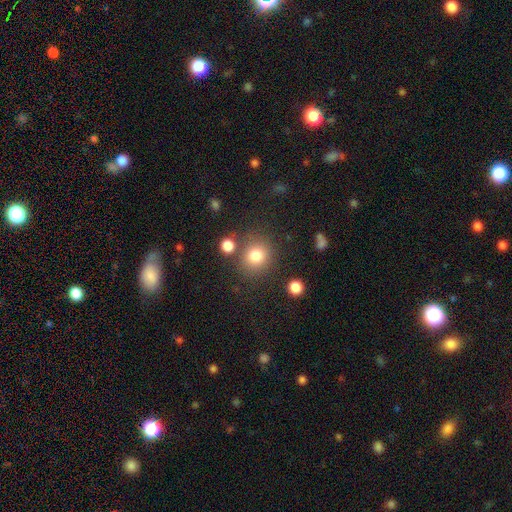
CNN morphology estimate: A smooth galaxy with no disk features (81%) that is round (83%).

Vote fractions:
- Smooth or featured? smooth: 81% / star or artifact: 12% / featured or disk: 7%
- How rounded? round: 83% / in between: 16% / cigar-shaped: 1%
- Merging? none: 78% / minor disturbance: 10% / merger: 9% / major disturbance: 4%